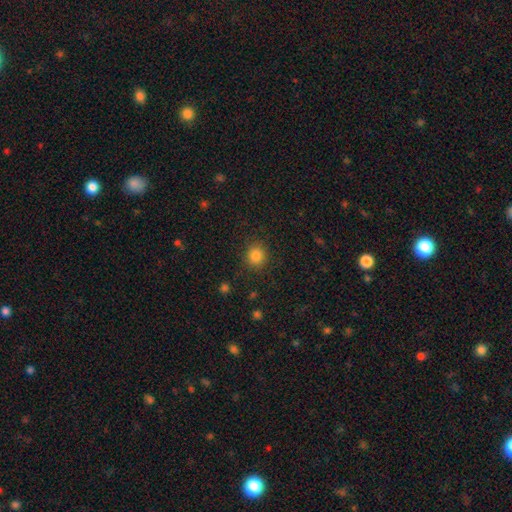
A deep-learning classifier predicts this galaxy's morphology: The model was most divided on "how rounded": round: 85%, in between: 14%, cigar-shaped: 1%. More confident: merging — none (88%); smooth or featured — smooth (85%).